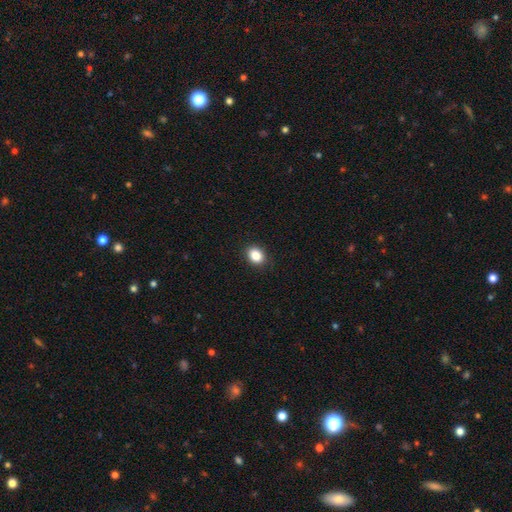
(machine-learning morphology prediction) The model was most divided on "how rounded": in between: 55%, round: 44%, cigar-shaped: 1%. More confident: merging — none (90%); smooth or featured — smooth (86%).